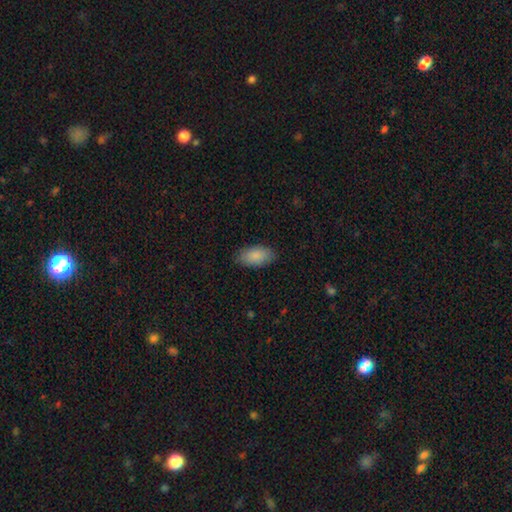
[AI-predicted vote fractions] Smooth or featured: smooth — 88% (star or artifact — 6%)
How rounded: in between — 94% (cigar-shaped — 3%)
Merging: none — 85% (minor disturbance — 12%)